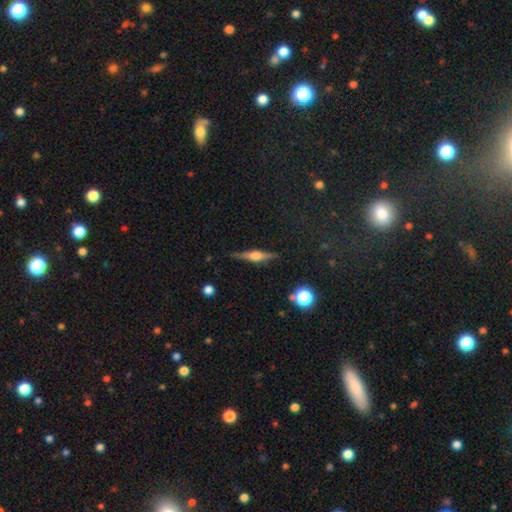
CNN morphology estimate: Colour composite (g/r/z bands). It shows a featured or disk galaxy (73%) viewed edge-on (97%) with a rounded central bulge (83%). Merging: none (86%).